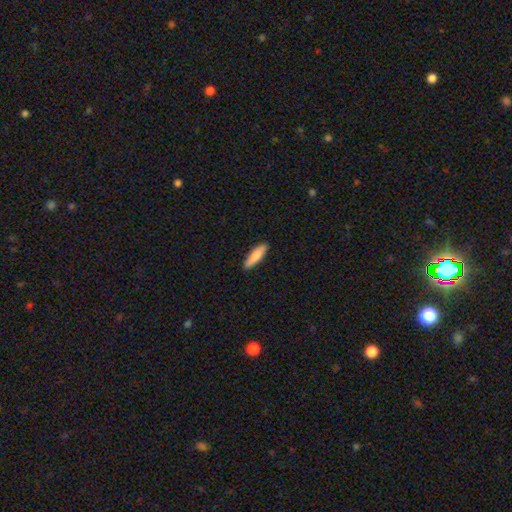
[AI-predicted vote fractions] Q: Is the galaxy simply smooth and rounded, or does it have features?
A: smooth — 81%.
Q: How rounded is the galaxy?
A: cigar-shaped — 73%.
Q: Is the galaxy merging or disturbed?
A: none — 90%.